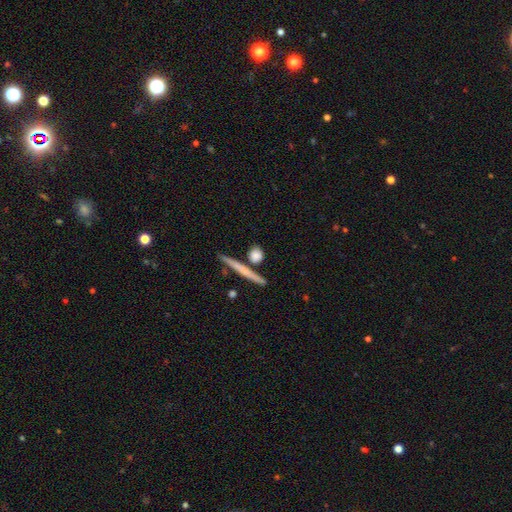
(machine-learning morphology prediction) Smooth or featured? smooth (74%)
How rounded? round (47%)
Merging? none (77%)